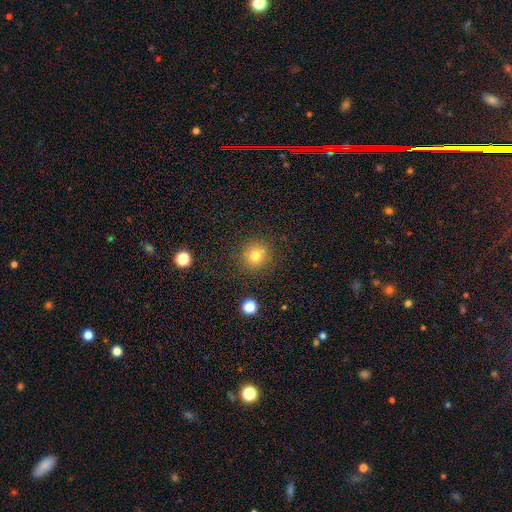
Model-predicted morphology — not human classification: smooth_or_featured: smooth (p=0.76) [alt: star or artifact p=0.15]
how_rounded: round (p=0.92) [alt: in between p=0.07]
merging: none (p=0.84) [alt: minor disturbance p=0.09]